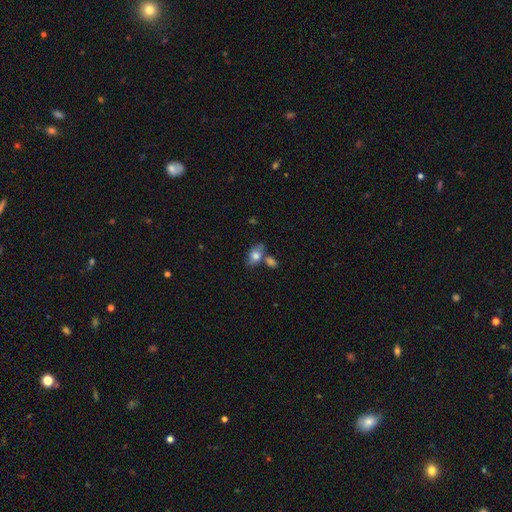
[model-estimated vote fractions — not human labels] Smooth or featured? Predicted: smooth (p=0.74). How rounded? Predicted: in between (p=0.84). Merging? Predicted: none (p=0.54).